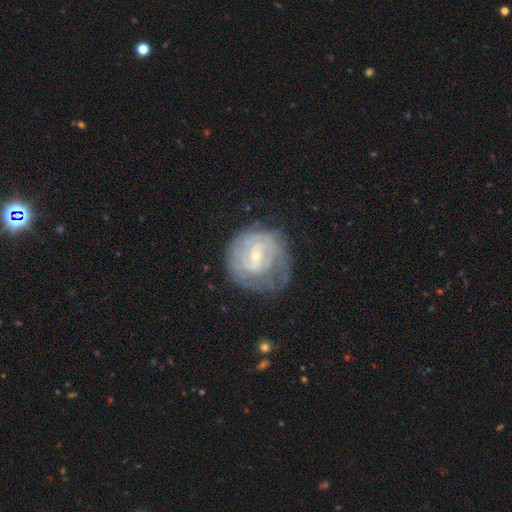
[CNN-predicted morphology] Smooth or featured? featured or disk (77%)
Edge-on disk? no (97%)
Bar? no (47%)
Spiral arms? yes (88%)
Spiral winding? tight (65%)
Spiral arm count? can't tell (46%)
Bulge size? small (76%)
Merging? none (58%)